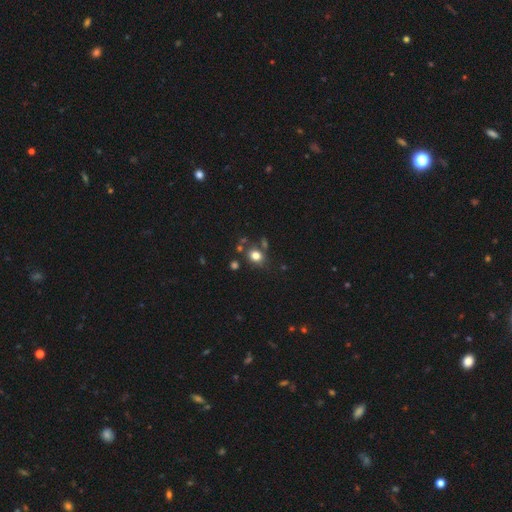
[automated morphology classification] Smooth or featured?
  - smooth: 78% *
  - star or artifact: 14%
  - featured or disk: 8%
How rounded?
  - round: 65% *
  - in between: 34%
  - cigar-shaped: 1%
Merging?
  - none: 72% *
  - minor disturbance: 13%
  - merger: 10%
  - major disturbance: 5%